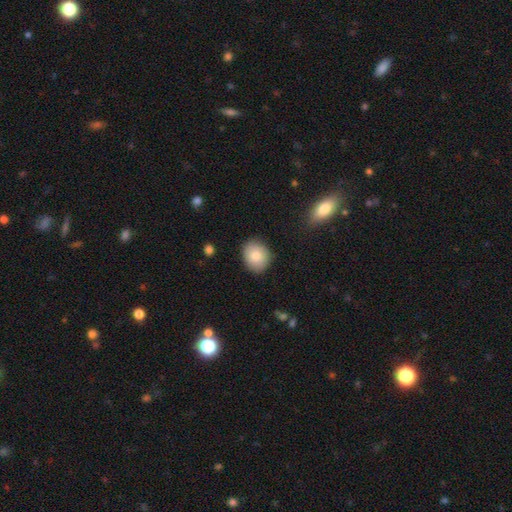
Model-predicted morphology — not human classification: smooth 83%, featured or disk 10%, star or artifact 8%. Down the decision tree: how rounded — round (64%); merging — none (85%).